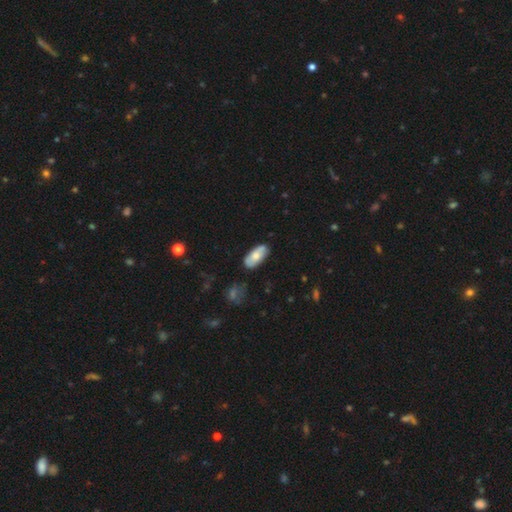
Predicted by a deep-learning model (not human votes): Smooth or featured? smooth (69%)
How rounded? in between (88%)
Merging? none (78%)